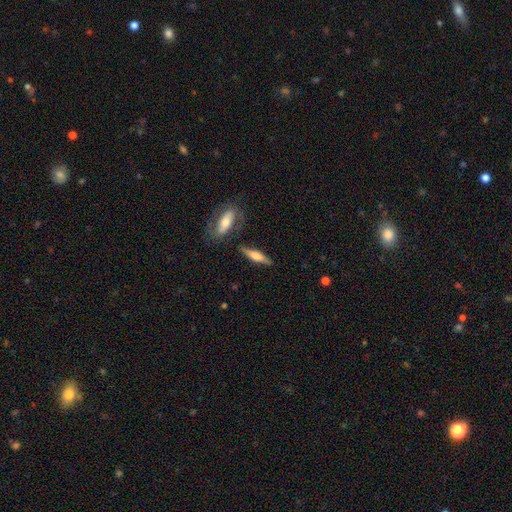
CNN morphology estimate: Smooth or featured?
  - featured or disk: 49% *
  - smooth: 45%
  - star or artifact: 6%
Merging?
  - none: 78% *
  - minor disturbance: 13%
  - merger: 5%
  - major disturbance: 4%